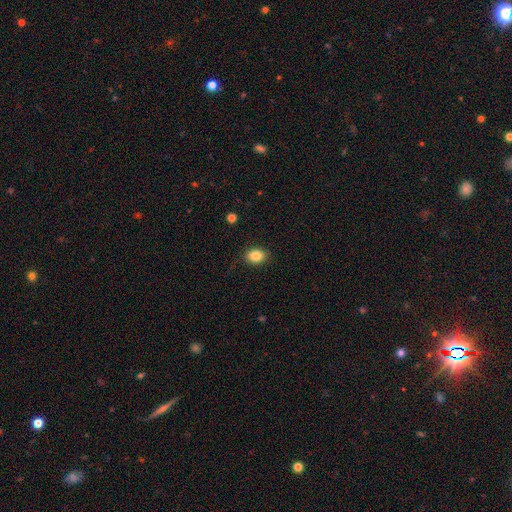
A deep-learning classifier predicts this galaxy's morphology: Smooth or featured? Predicted: smooth (p=0.85). How rounded? Predicted: in between (p=0.65). Merging? Predicted: none (p=0.84).